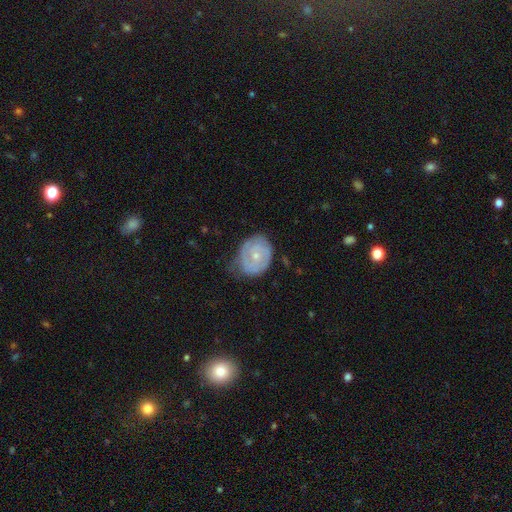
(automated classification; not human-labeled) featured or disk 64%, smooth 30%, star or artifact 6%. Down the decision tree: edge-on disk — no (97%); bar — no (81%); spiral arms — yes (75%); bulge size — small (64%); merging — none (59%).